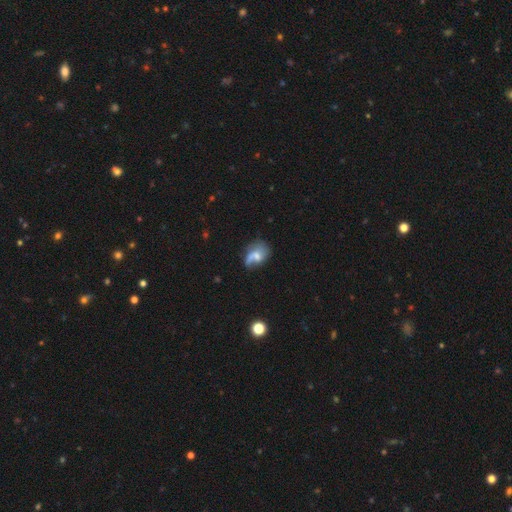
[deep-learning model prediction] smooth_or_featured: featured or disk (p=0.57) [alt: smooth p=0.34]
disk_edge_on: no (p=0.97) [alt: yes p=0.03]
bar: no (p=0.61) [alt: weak p=0.33]
has_spiral_arms: yes (p=0.76) [alt: no p=0.24]
bulge_size: moderate (p=0.41) [alt: small p=0.38]
merging: none (p=0.37) [alt: major disturbance p=0.30]